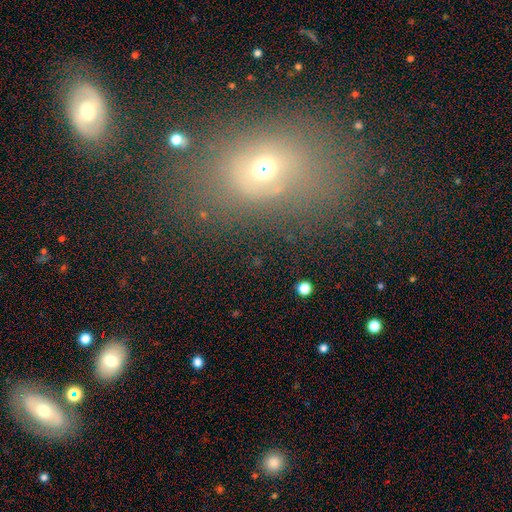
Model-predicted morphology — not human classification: Q: Smooth or featured?
A: smooth (51%); runner-up: star or artifact (27%)
Q: How rounded?
A: in between (61%); runner-up: round (36%)
Q: Merging?
A: none (62%); runner-up: minor disturbance (18%)